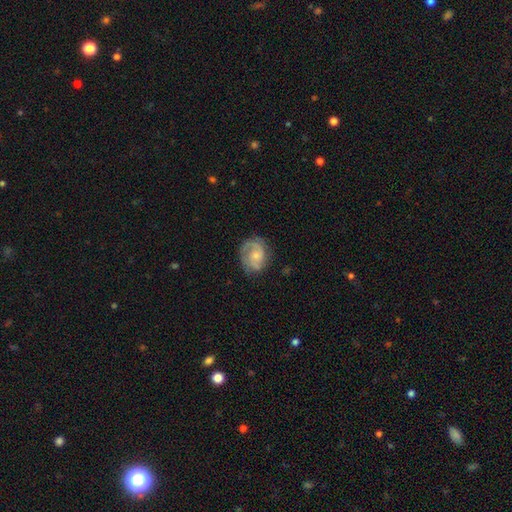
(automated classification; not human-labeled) Smooth or featured? featured or disk (69%)
Edge-on disk? no (98%)
Bar? no (68%)
Spiral arms? yes (90%)
Spiral winding? medium (42%)
Spiral arm count? 2 (55%)
Bulge size? small (51%)
Merging? none (68%)